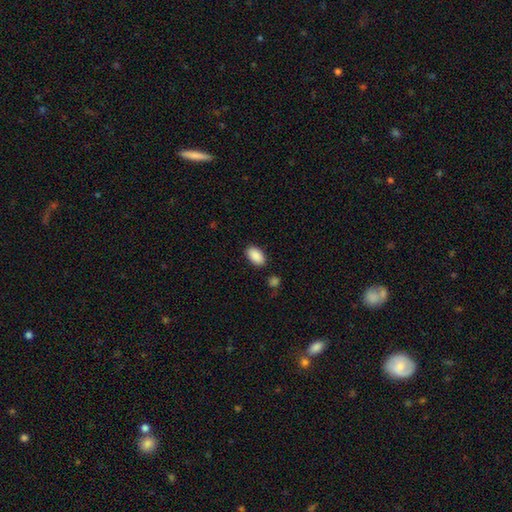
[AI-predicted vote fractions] The model was most divided on "merging": none: 86%, minor disturbance: 9%, major disturbance: 3%, merger: 3%. More confident: how rounded — in between (94%); smooth or featured — smooth (90%).